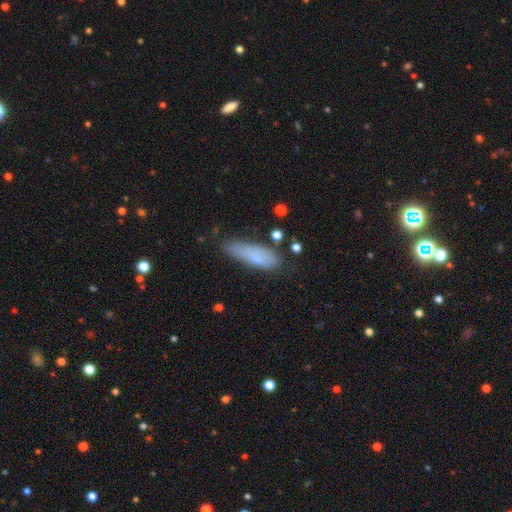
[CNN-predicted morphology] smooth-or-featured: smooth: 75% | featured or disk: 18% | star or artifact: 8%
  how-rounded: in between: 52% | cigar-shaped: 46% | round: 2%
  merging: none: 63% | minor disturbance: 27% | major disturbance: 7% | merger: 4%